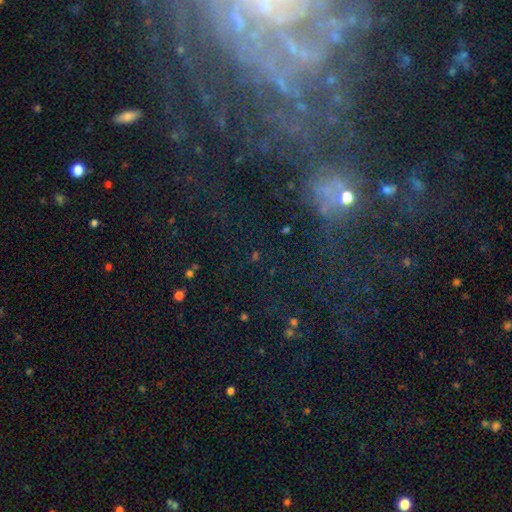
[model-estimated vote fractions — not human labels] Q: Smooth or featured?
A: featured or disk (41%); runner-up: star or artifact (40%)
Q: Merging?
A: none (60%); runner-up: major disturbance (15%)